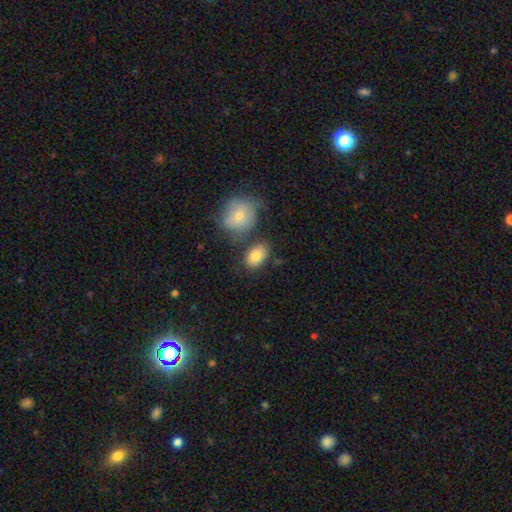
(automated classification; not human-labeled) smooth_or_featured: smooth (p=0.82) [alt: featured or disk p=0.10]
how_rounded: in between (p=0.82) [alt: round p=0.17]
merging: none (p=0.69) [alt: minor disturbance p=0.14]